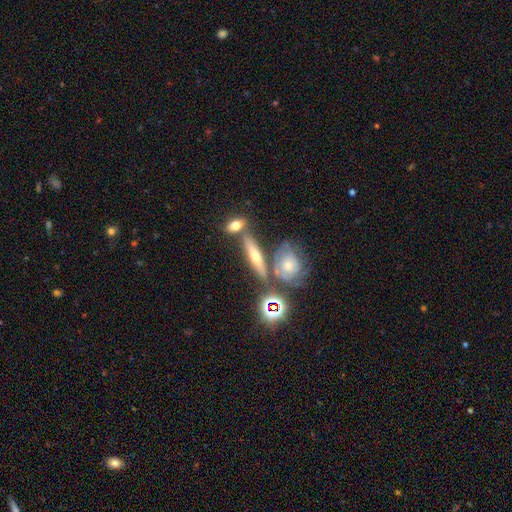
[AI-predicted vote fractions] smooth-or-featured: featured or disk: 57% | smooth: 25% | star or artifact: 18%
  disk-edge-on: yes: 82% | no: 18%
  merging: none: 65% | merger: 20% | minor disturbance: 11% | major disturbance: 4%